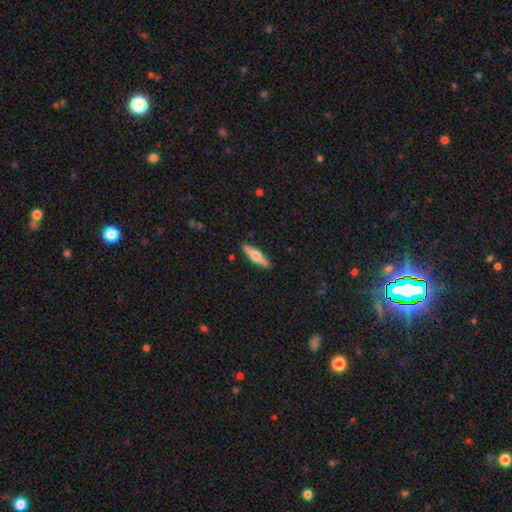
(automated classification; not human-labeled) smooth-or-featured: featured or disk: 51% | smooth: 44% | star or artifact: 5%
  disk-edge-on: yes: 95% | no: 5%
  merging: none: 90% | minor disturbance: 7% | major disturbance: 2% | merger: 1%